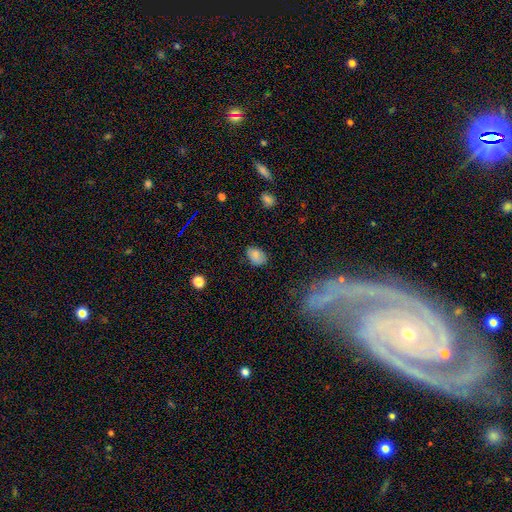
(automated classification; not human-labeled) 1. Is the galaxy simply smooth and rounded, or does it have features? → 82% smooth, 10% star or artifact, 8% featured or disk.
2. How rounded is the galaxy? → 79% in between, 20% round, 1% cigar-shaped.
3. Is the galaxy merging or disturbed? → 75% none, 20% minor disturbance, 4% major disturbance, 2% merger.